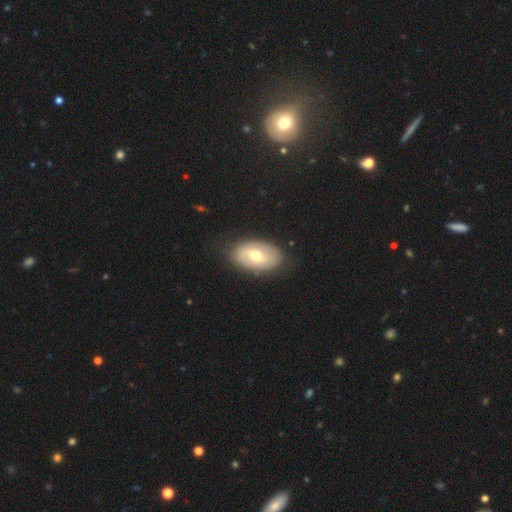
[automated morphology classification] smooth-or-featured: smooth: 51% | featured or disk: 43% | star or artifact: 6%
  how-rounded: in between: 89% | round: 9% | cigar-shaped: 1%
  merging: none: 83% | minor disturbance: 12% | major disturbance: 3% | merger: 1%